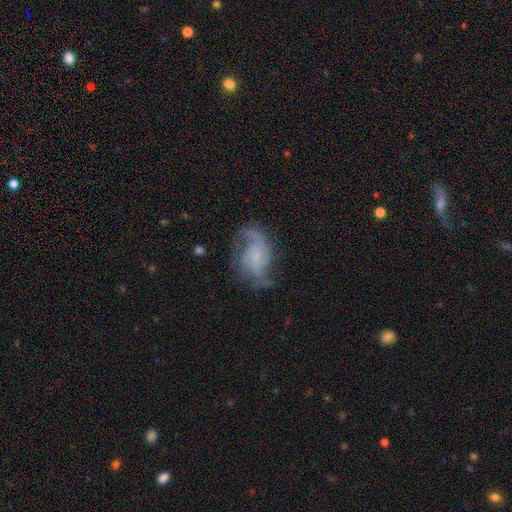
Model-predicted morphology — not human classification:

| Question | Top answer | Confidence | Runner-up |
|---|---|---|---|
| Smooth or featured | featured or disk | 81% | smooth (12%) |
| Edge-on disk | no | 97% | yes (3%) |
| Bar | no | 61% | weak (32%) |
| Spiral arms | yes | 94% | no (6%) |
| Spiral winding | medium | 45% | loose (38%) |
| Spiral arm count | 2 | 69% | can't tell (11%) |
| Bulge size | small | 55% | none (29%) |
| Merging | none | 59% | minor disturbance (21%) |